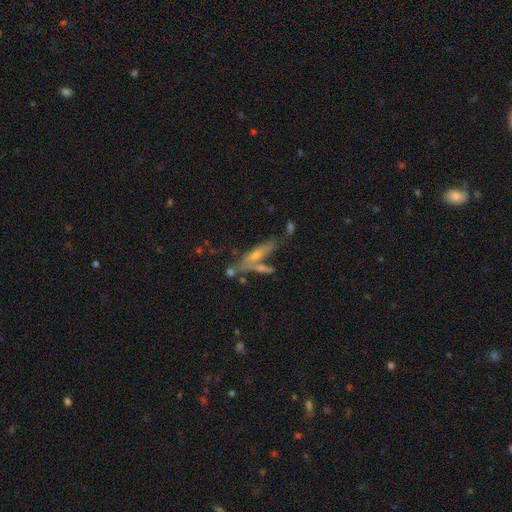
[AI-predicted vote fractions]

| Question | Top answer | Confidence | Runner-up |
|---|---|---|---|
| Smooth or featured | featured or disk | 57% | smooth (33%) |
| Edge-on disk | yes | 70% | no (30%) |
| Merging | none | 53% | merger (21%) |